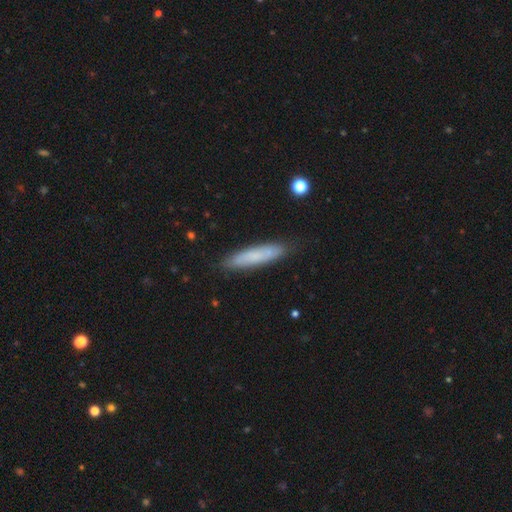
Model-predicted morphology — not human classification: smooth-or-featured: smooth: 70% | featured or disk: 23% | star or artifact: 7%
  how-rounded: cigar-shaped: 83% | in between: 15% | round: 1%
  merging: none: 83% | minor disturbance: 13% | major disturbance: 2% | merger: 2%